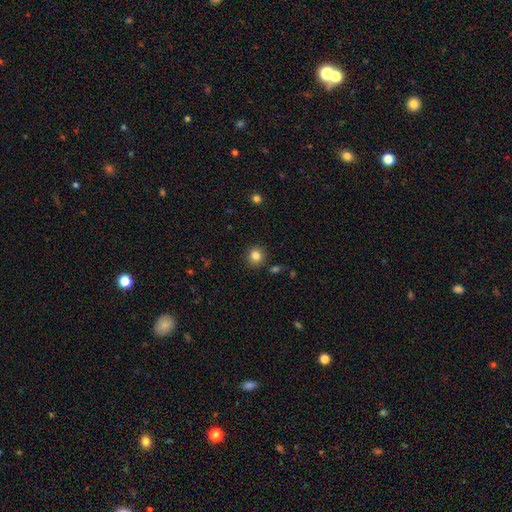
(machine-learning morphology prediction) Smooth or featured?
  - smooth: 83% *
  - star or artifact: 11%
  - featured or disk: 6%
How rounded?
  - round: 88% *
  - in between: 11%
  - cigar-shaped: 1%
Merging?
  - none: 87% *
  - minor disturbance: 8%
  - merger: 3%
  - major disturbance: 2%